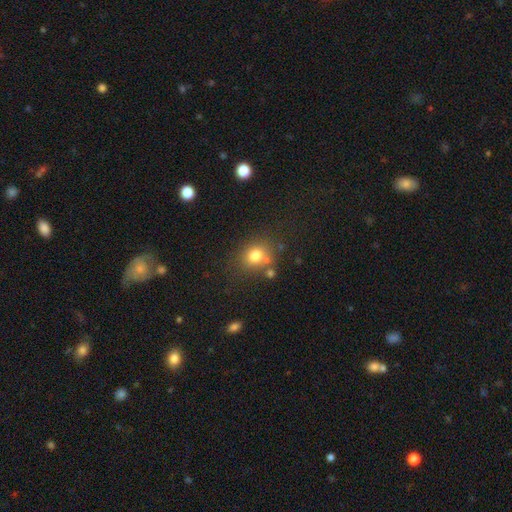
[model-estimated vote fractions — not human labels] This is likely a smooth galaxy (78%). How rounded: likely round (66%). Merging: likely none (66%).